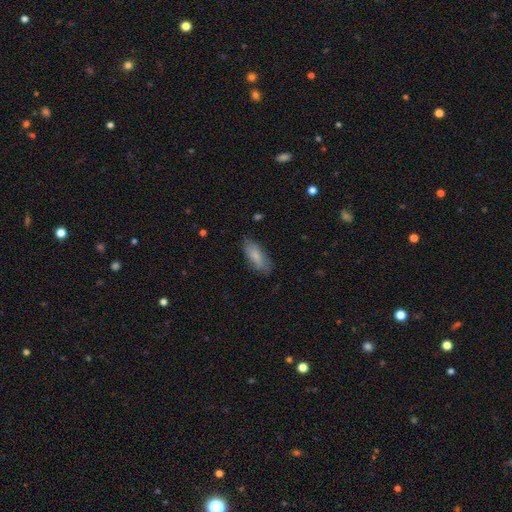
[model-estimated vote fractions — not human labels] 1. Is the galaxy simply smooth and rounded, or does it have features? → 74% smooth, 20% featured or disk, 6% star or artifact.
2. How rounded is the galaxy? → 73% in between, 25% cigar-shaped, 2% round.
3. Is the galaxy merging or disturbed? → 74% none, 21% minor disturbance, 5% major disturbance, 1% merger.